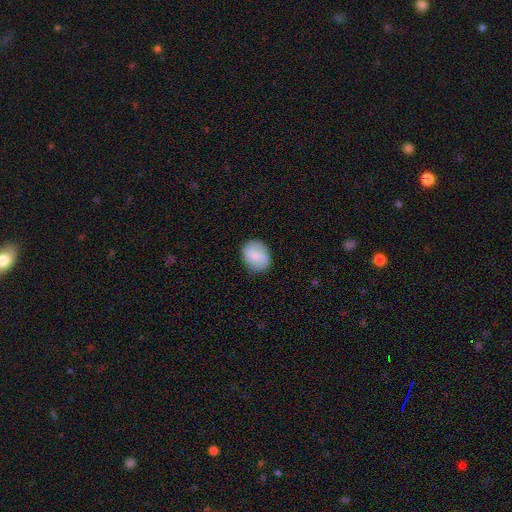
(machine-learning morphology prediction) smooth 80%, featured or disk 13%, star or artifact 7%. Down the decision tree: how rounded — round (54%); merging — none (84%).